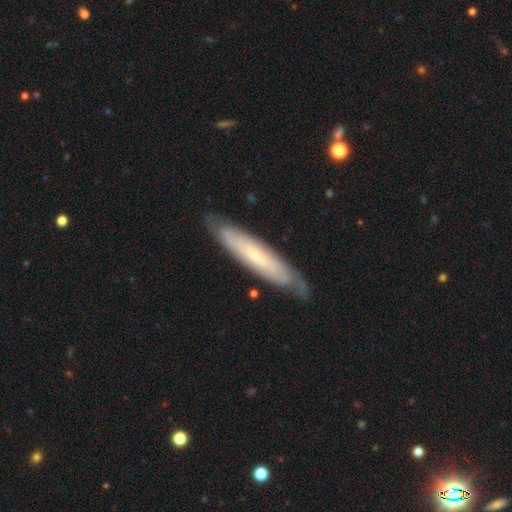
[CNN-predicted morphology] Smooth or featured? Predicted: featured or disk (p=0.58). Edge-on disk? Predicted: no (p=0.52). Merging? Predicted: none (p=0.79).